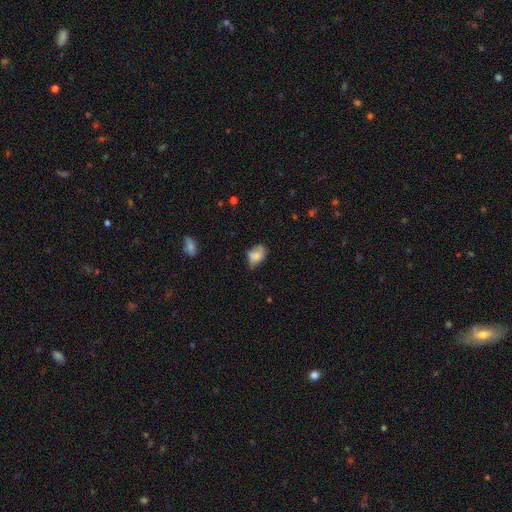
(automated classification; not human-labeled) smooth 73%, featured or disk 17%, star or artifact 10%. Down the decision tree: how rounded — in between (77%); merging — none (41%).